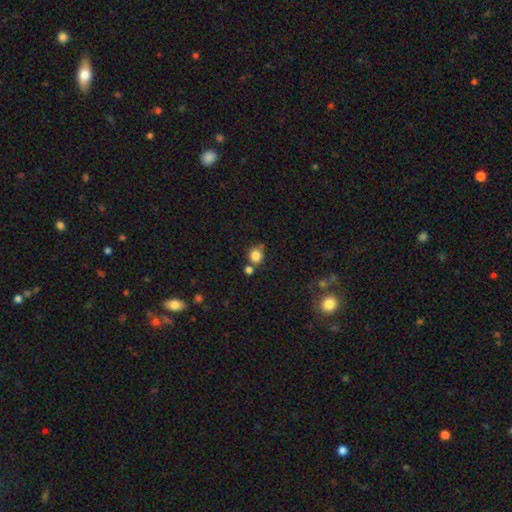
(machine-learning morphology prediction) Smooth or featured: smooth — 83% (star or artifact — 11%)
How rounded: round — 80% (in between — 19%)
Merging: none — 65% (merger — 17%)